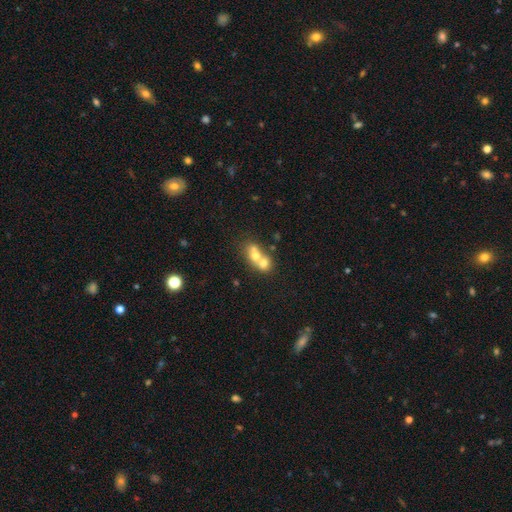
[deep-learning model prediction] The model was most divided on "how rounded": round: 59%, in between: 39%, cigar-shaped: 2%. More confident: merging — merger (71%); smooth or featured — smooth (62%).